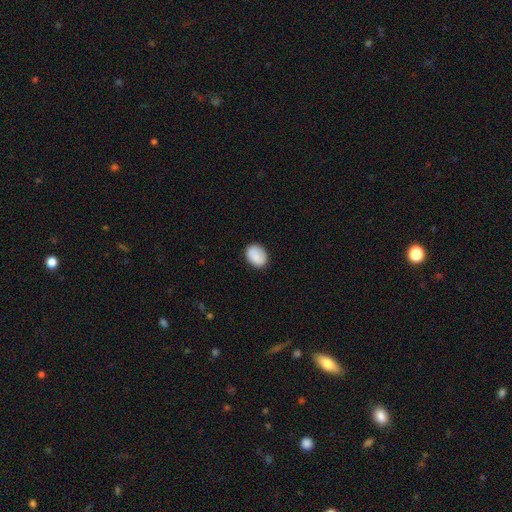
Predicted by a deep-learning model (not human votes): smooth 86%, star or artifact 7%, featured or disk 7%. Down the decision tree: how rounded — in between (68%); merging — none (84%).